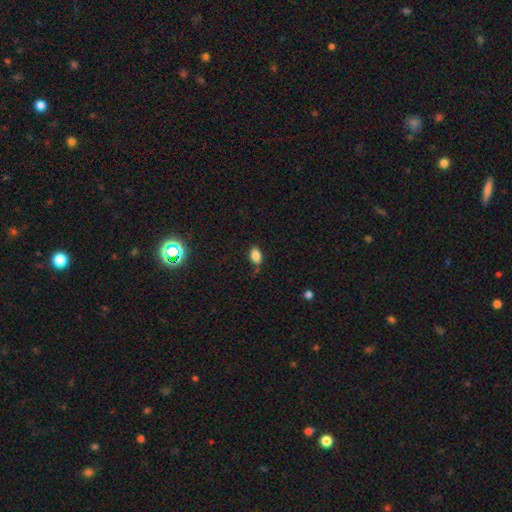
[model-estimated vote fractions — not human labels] This appears to be a smooth galaxy with no disk features (84%) that is in between round and cigar-shaped (87%). Merging: none (77%).